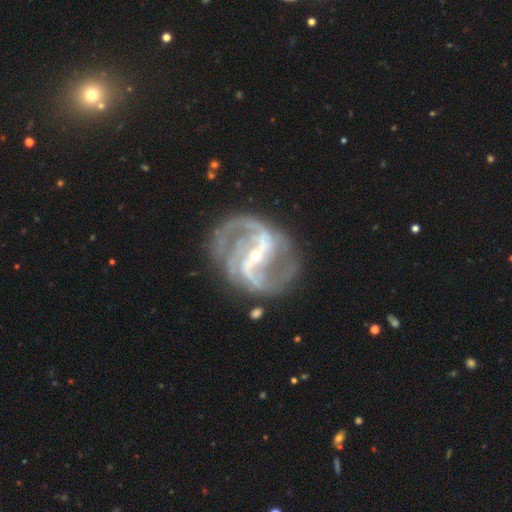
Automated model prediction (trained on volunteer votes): The model was most divided on "bar": strong: 57%, weak: 29%, no: 14%. More confident: edge-on disk — no (98%); spiral arms — yes (98%); smooth or featured — featured or disk (92%); bulge size — small (79%); spiral arm count — 2 (69%); merging — none (69%); spiral winding — medium (55%).